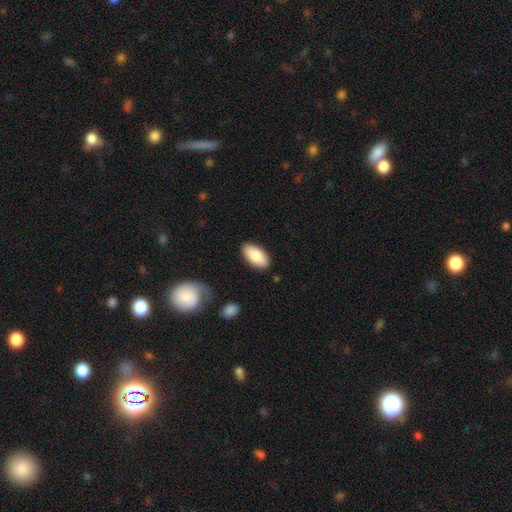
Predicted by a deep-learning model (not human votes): Smooth or featured? smooth (86%)
How rounded? in between (94%)
Merging? none (87%)